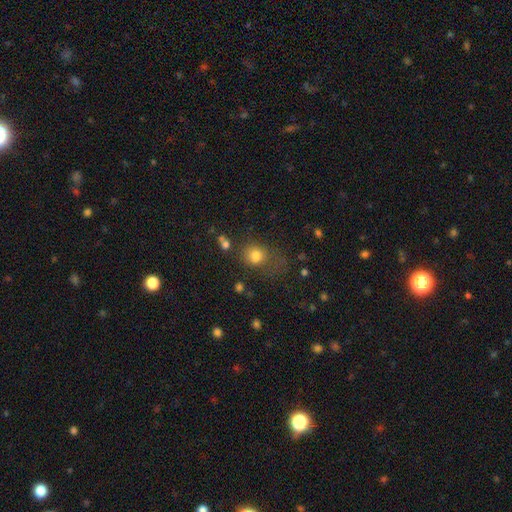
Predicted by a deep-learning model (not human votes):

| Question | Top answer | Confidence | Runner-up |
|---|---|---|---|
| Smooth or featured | smooth | 78% | star or artifact (13%) |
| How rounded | round | 60% | in between (38%) |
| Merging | none | 48% | minor disturbance (22%) |